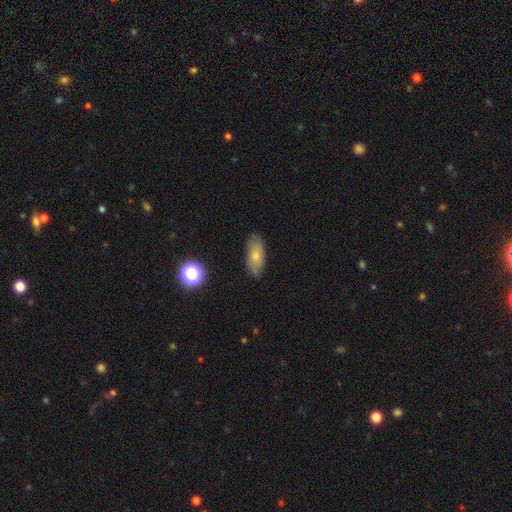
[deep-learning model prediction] Morphology: type=smooth (72%); roundness=in between (84%); merging=none (81%).